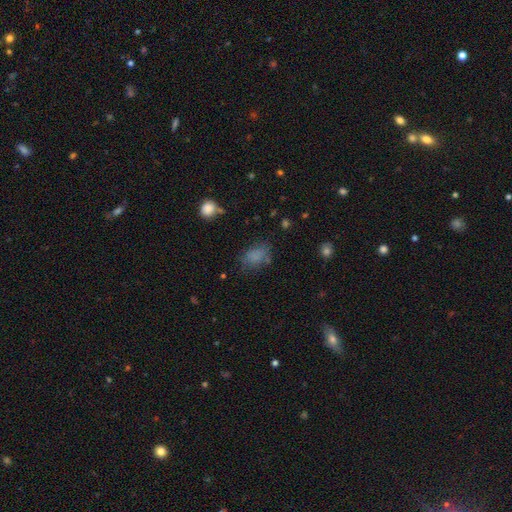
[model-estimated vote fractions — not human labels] smooth-or-featured: smooth: 75% | star or artifact: 14% | featured or disk: 11%
  how-rounded: in between: 79% | round: 19% | cigar-shaped: 2%
  merging: none: 59% | minor disturbance: 24% | major disturbance: 13% | merger: 5%